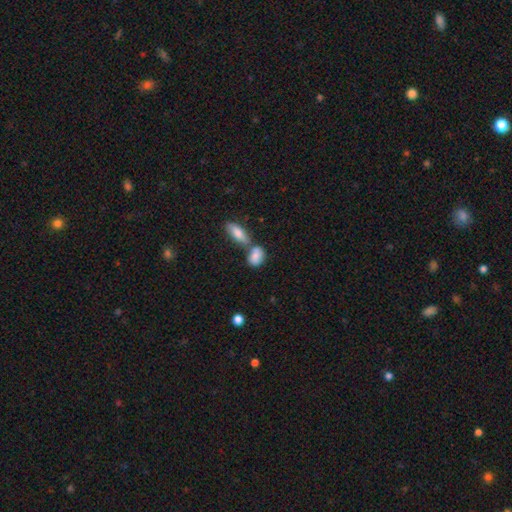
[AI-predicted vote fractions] The model was most divided on "merging": merger: 42%, none: 41%, minor disturbance: 13%, major disturbance: 5%. More confident: smooth or featured — smooth (83%); how rounded — in between (83%).